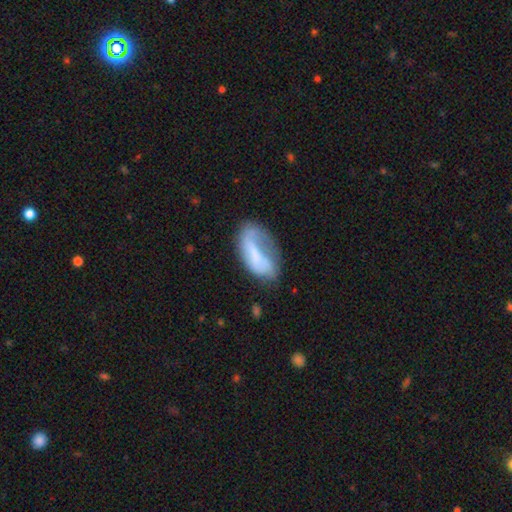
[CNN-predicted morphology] A smooth galaxy with no disk features (55%) that is in between round and cigar-shaped (88%). Merging: major disturbance (34%).